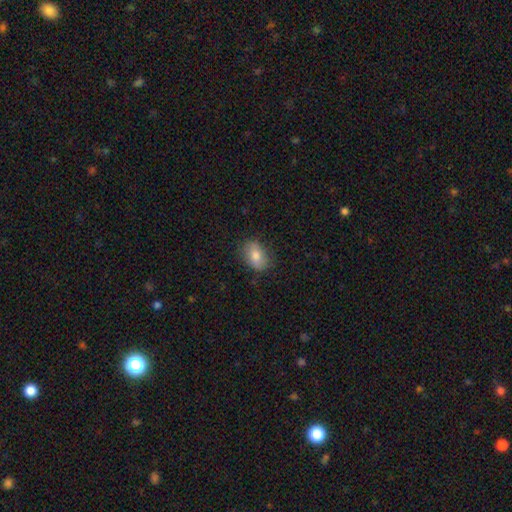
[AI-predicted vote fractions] Morphology: type=smooth (77%); roundness=in between (83%); merging=none (80%).